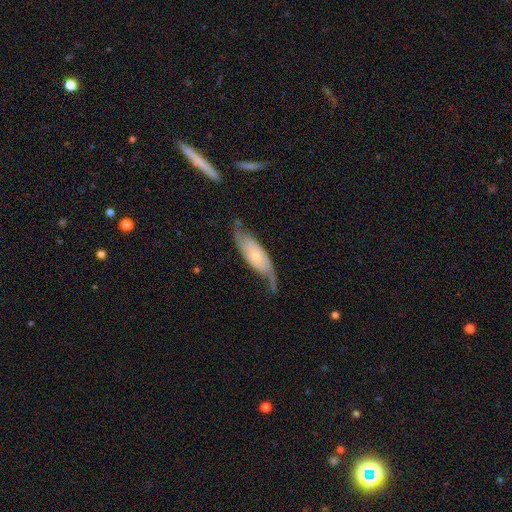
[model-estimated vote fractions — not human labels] Smooth or featured? featured or disk (74%)
Edge-on disk? no (86%)
Bar? no (66%)
Spiral arms? yes (93%)
Spiral winding? medium (38%, tied with loose)
Spiral arm count? 2 (84%)
Bulge size? small (63%)
Merging? none (61%)